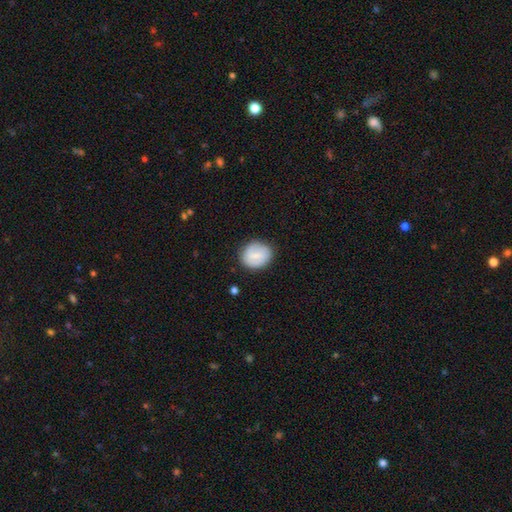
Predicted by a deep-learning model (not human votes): This is likely a smooth galaxy (66%). How rounded: likely round (62%). Merging: clearly none (81%).